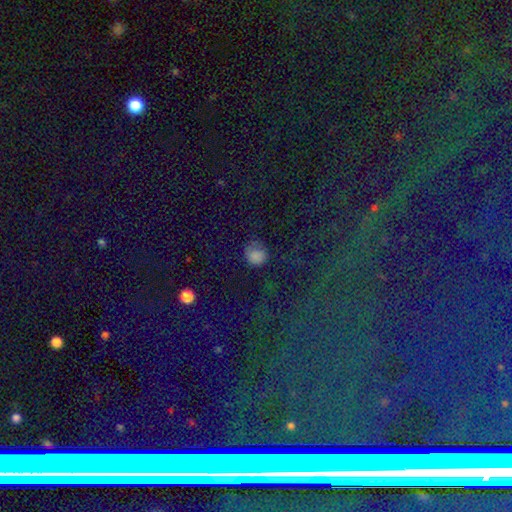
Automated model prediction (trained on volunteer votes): This is likely a smooth galaxy (75%). How rounded: likely round (76%). Merging: likely none (65%).